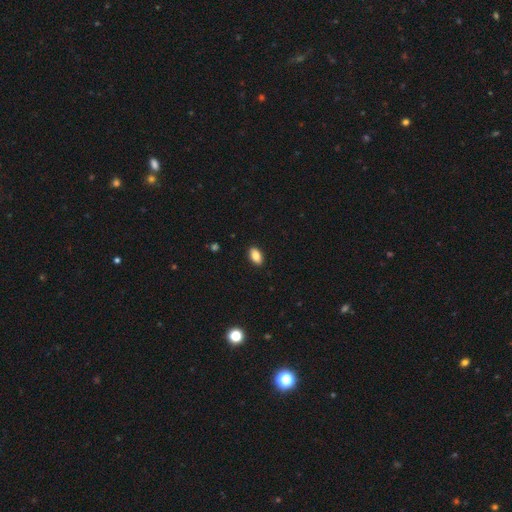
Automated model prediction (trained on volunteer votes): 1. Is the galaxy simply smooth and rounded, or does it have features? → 86% smooth, 8% star or artifact, 6% featured or disk.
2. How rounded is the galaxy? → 92% in between, 6% round, 3% cigar-shaped.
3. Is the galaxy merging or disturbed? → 90% none, 7% minor disturbance, 2% major disturbance, 1% merger.